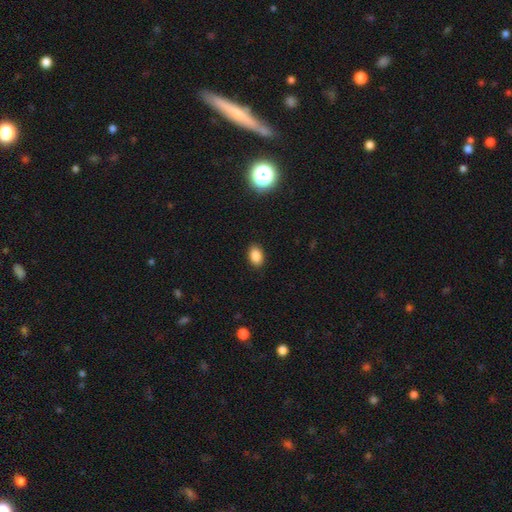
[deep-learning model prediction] Smooth or featured? smooth (86%)
How rounded? in between (85%)
Merging? none (88%)